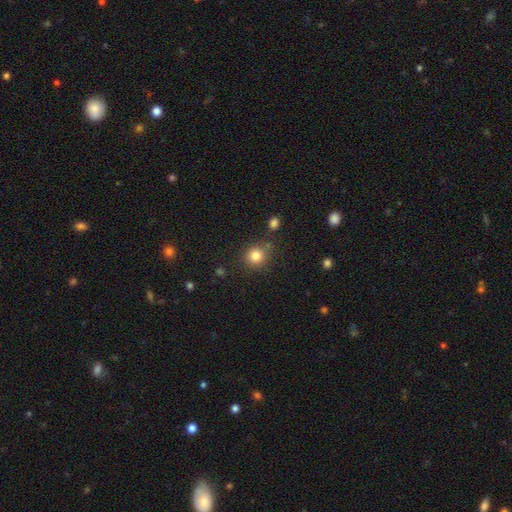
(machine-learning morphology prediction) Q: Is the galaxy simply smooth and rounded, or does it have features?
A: smooth — 82%.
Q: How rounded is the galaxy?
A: round — 90%.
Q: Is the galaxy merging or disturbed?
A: none — 80%.